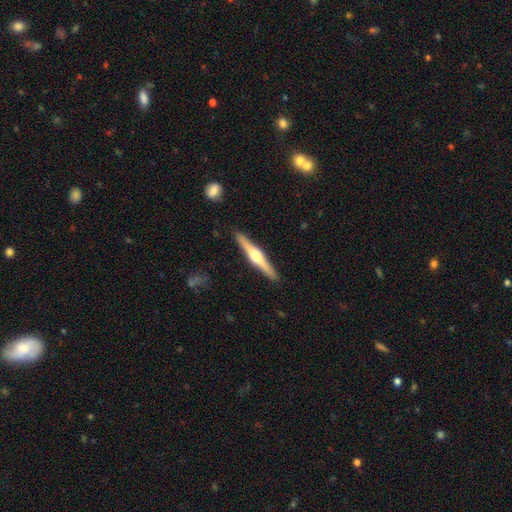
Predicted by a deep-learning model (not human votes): The model was most divided on "smooth or featured": featured or disk: 72%, smooth: 24%, star or artifact: 5%. More confident: edge-on disk — yes (98%); edge-on bulge — rounded (93%); merging — none (91%).